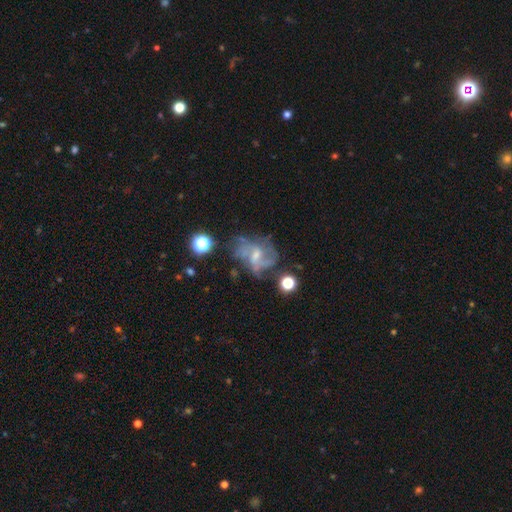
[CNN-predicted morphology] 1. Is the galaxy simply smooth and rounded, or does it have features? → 70% featured or disk, 17% smooth, 13% star or artifact.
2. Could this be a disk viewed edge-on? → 97% no, 3% yes.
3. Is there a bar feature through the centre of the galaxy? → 48% weak, 41% no, 11% strong.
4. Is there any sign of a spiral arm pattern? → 76% yes, 24% no.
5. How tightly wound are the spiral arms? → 42% medium, 38% loose, 20% tight.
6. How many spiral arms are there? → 37% can't tell, 24% 2, 19% 3, 9% 4, 6% 1, 5% more than 4.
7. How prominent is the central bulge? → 48% small, 31% moderate, 17% none, 2% large, 1% dominant.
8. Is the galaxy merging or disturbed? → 43% none, 28% major disturbance, 21% minor disturbance, 8% merger.